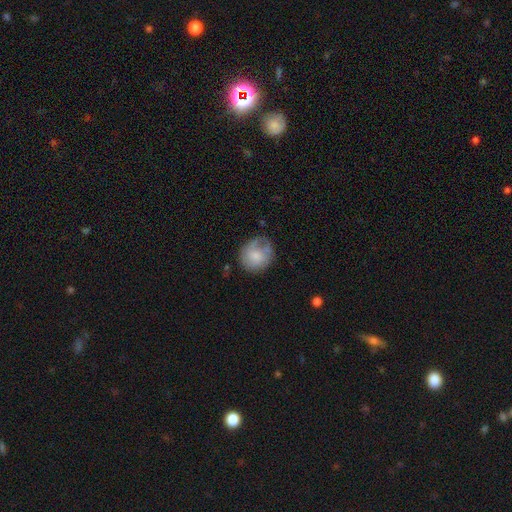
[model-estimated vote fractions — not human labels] Morphology: type=smooth (69%); roundness=round (78%); merging=none (55%).